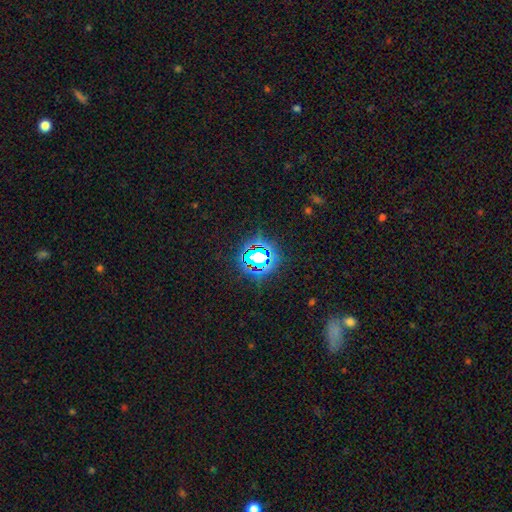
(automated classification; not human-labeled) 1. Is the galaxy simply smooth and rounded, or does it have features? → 75% star or artifact, 16% smooth, 9% featured or disk.